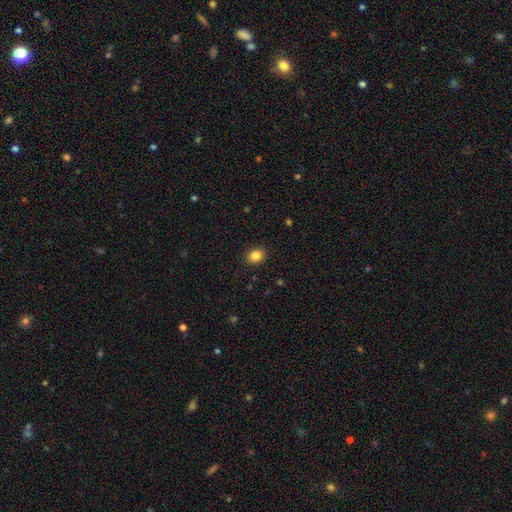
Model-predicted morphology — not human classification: smooth-or-featured: smooth: 85% | star or artifact: 10% | featured or disk: 5%
  how-rounded: round: 58% | in between: 41% | cigar-shaped: 1%
  merging: none: 90% | minor disturbance: 7% | major disturbance: 2% | merger: 1%